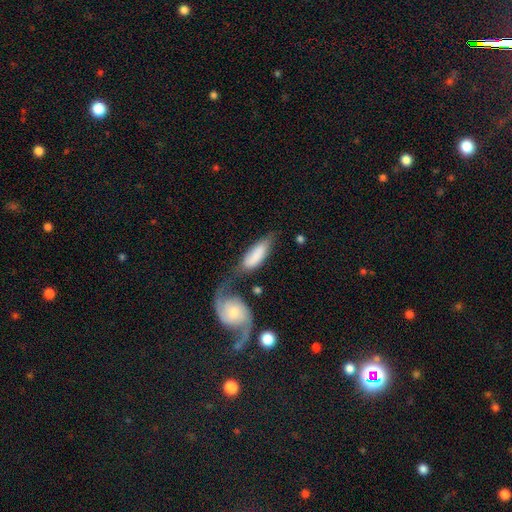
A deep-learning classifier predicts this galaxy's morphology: smooth 76%, featured or disk 18%, star or artifact 6%. Down the decision tree: how rounded — in between (70%); merging — merger (33%).